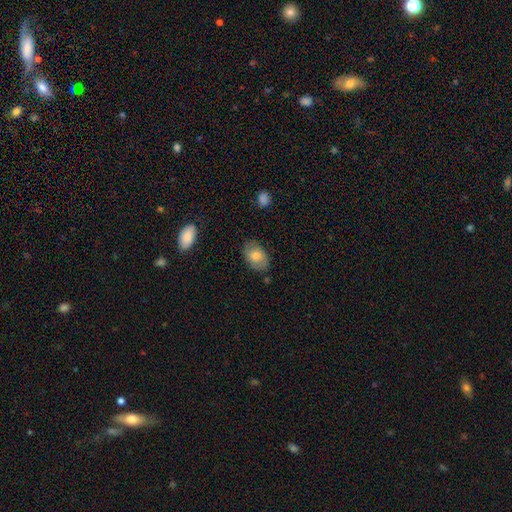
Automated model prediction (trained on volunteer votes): Smooth or featured? smooth (67%)
How rounded? in between (87%)
Merging? none (77%)